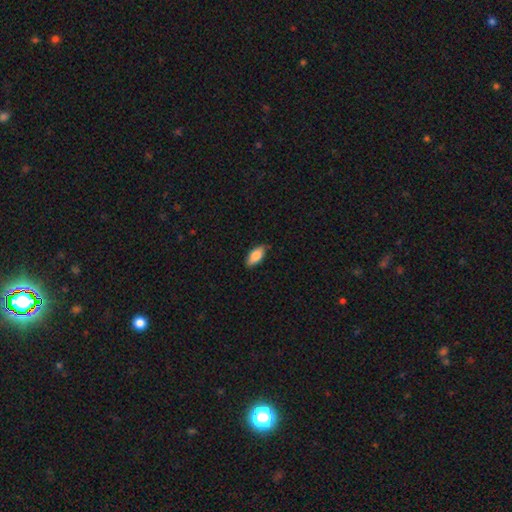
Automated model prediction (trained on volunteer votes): This appears to be a smooth galaxy with no disk features (82%) that is in between round and cigar-shaped (88%). Merging: none (85%).